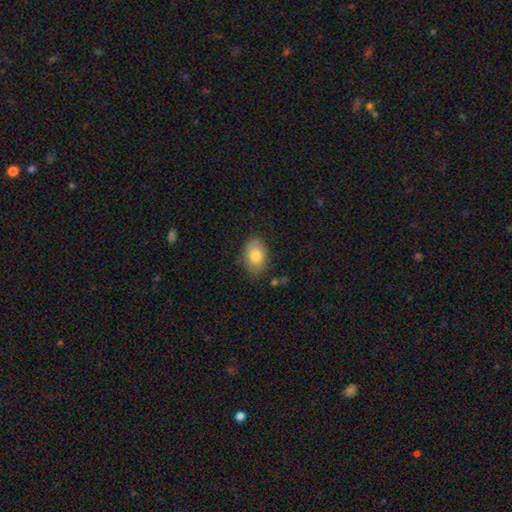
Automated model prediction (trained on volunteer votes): Smooth or featured? Predicted: smooth (p=0.78). How rounded? Predicted: in between (p=0.86). Merging? Predicted: none (p=0.77).